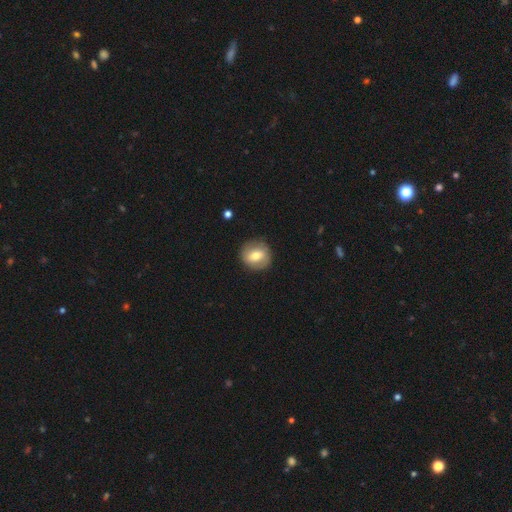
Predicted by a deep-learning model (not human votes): Overall: smooth (61%; featured or disk 31%). How rounded: round (82%). Merging: none (86%).